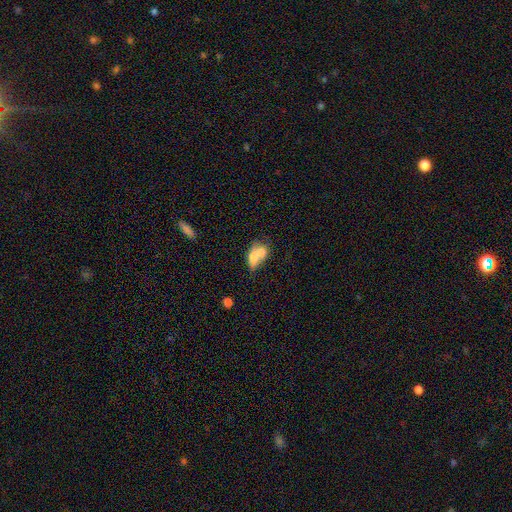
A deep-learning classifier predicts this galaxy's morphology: smooth 69%, featured or disk 23%, star or artifact 8%. Down the decision tree: how rounded — in between (76%); merging — merger (69%).